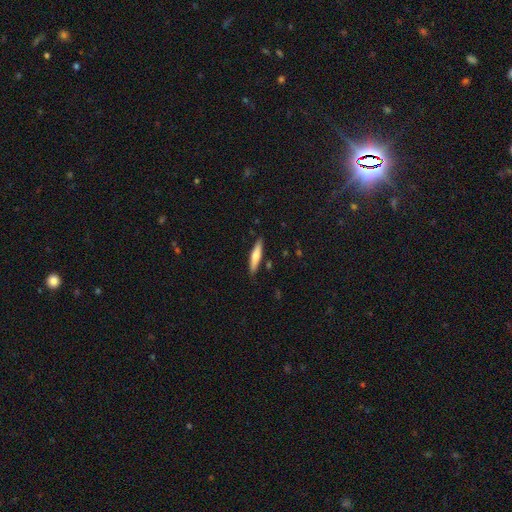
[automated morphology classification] smooth 62%, featured or disk 32%, star or artifact 6%. Down the decision tree: how rounded — cigar-shaped (85%); merging — none (86%).